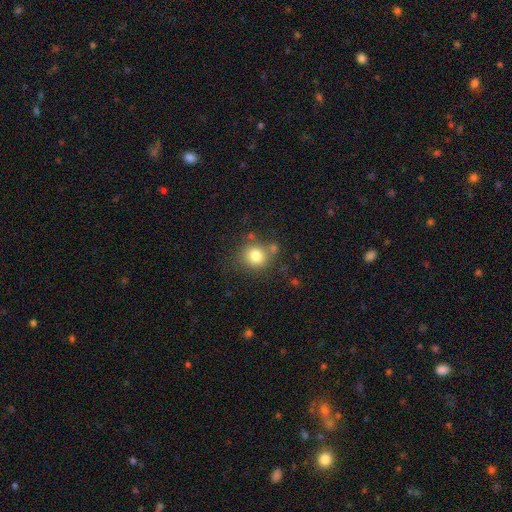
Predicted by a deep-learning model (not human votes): smooth_or_featured: smooth (p=0.79) [alt: star or artifact p=0.12]
how_rounded: round (p=0.86) [alt: in between p=0.13]
merging: none (p=0.72) [alt: minor disturbance p=0.13]